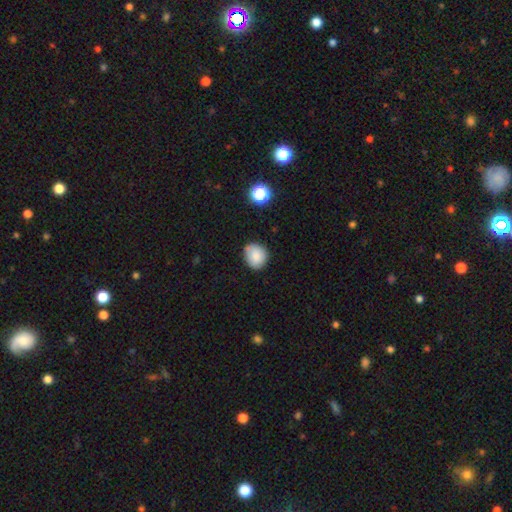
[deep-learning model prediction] This is clearly a smooth galaxy (84%). How rounded: likely round (71%). Merging: likely none (75%).